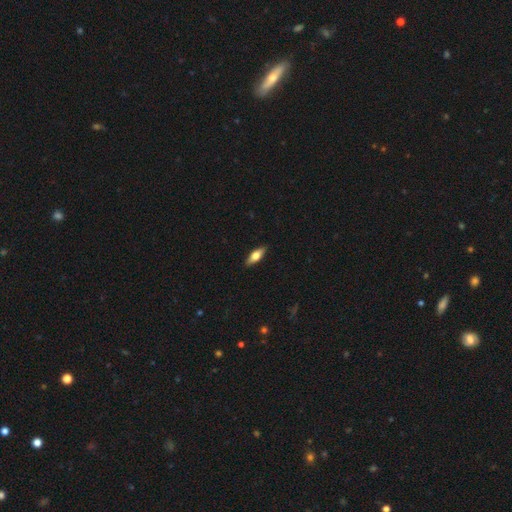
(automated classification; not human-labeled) smooth 56%, featured or disk 38%, star or artifact 6%. Down the decision tree: how rounded — in between (63%); merging — none (89%).